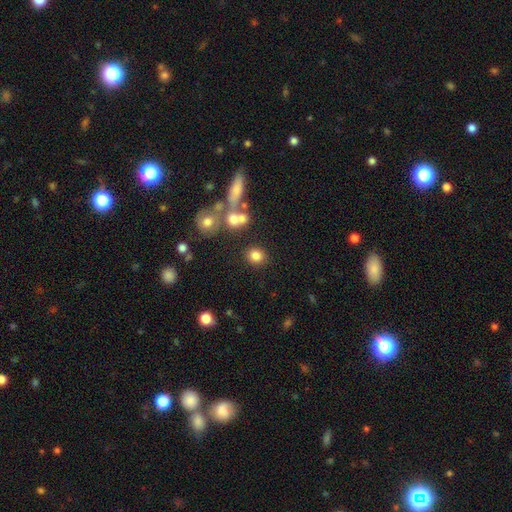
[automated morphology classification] smooth 80%, star or artifact 12%, featured or disk 8%. Down the decision tree: how rounded — round (78%); merging — none (79%).